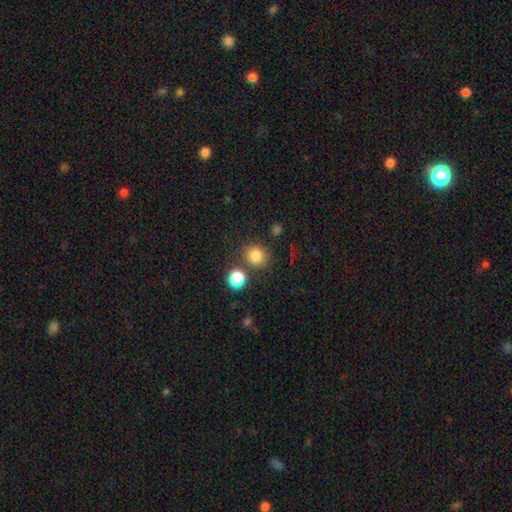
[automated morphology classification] smooth 82%, star or artifact 12%, featured or disk 6%. Down the decision tree: how rounded — round (87%); merging — none (80%).